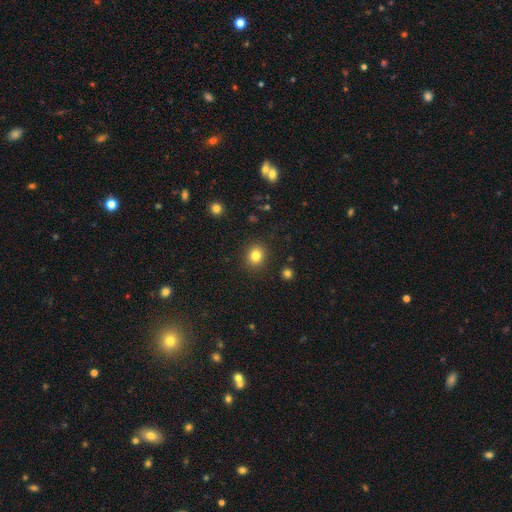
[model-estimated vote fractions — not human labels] Smooth or featured?
  - smooth: 82% *
  - star or artifact: 12%
  - featured or disk: 6%
How rounded?
  - round: 81% *
  - in between: 19%
  - cigar-shaped: 1%
Merging?
  - none: 90% *
  - minor disturbance: 7%
  - major disturbance: 2%
  - merger: 1%